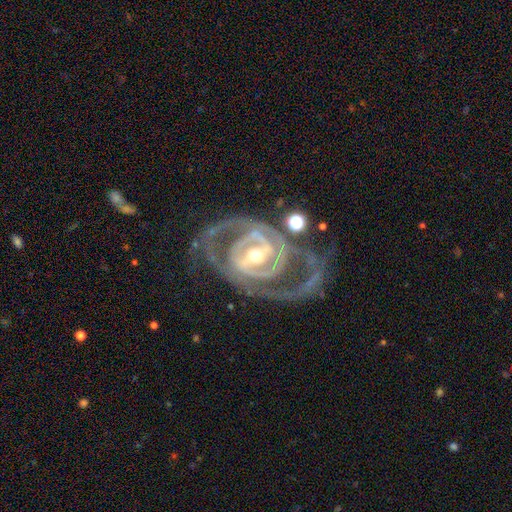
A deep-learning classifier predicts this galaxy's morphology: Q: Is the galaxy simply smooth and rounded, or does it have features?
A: featured or disk — 92%.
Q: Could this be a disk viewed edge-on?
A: no — 97%.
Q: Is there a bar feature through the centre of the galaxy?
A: strong — 52%.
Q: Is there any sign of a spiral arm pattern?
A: yes — 97%.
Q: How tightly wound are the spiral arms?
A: tight — 51%.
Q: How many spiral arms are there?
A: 2 — 65%.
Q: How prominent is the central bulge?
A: moderate — 52%.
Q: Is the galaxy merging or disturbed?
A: none — 60%.